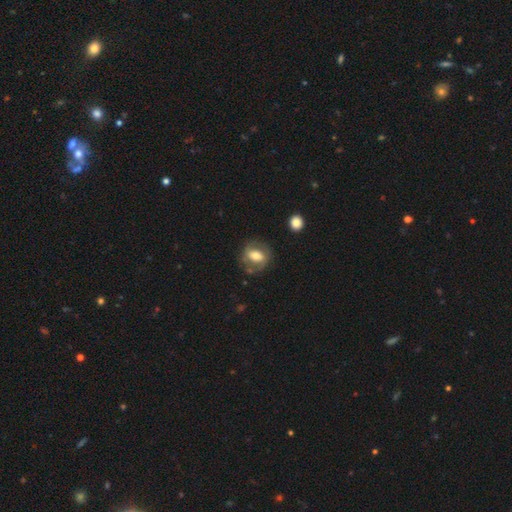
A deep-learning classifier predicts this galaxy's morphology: The model was most divided on "how rounded": in between: 51%, round: 46%, cigar-shaped: 2%. More confident: merging — none (70%); smooth or featured — smooth (58%).